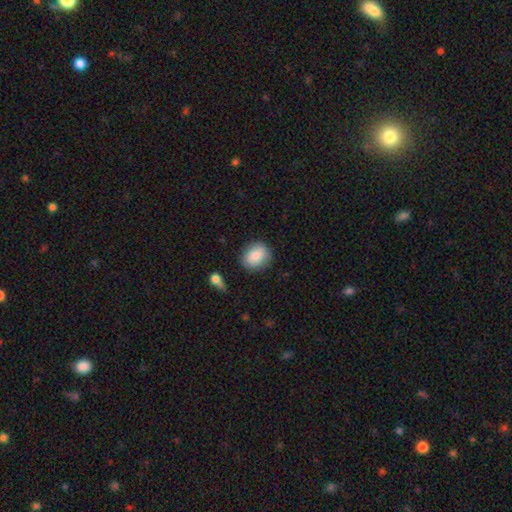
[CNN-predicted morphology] smooth_or_featured: smooth (p=0.84) [alt: featured or disk p=0.09]
how_rounded: round (p=0.58) [alt: in between p=0.40]
merging: none (p=0.81) [alt: minor disturbance p=0.13]